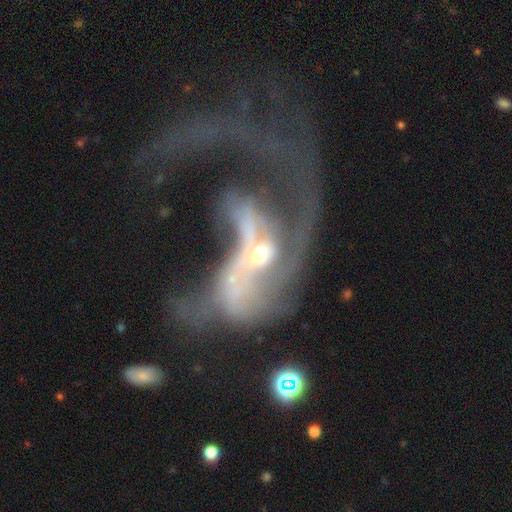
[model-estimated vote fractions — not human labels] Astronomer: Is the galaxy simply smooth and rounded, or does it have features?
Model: featured or disk — 77%.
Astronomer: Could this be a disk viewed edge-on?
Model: no — 95%.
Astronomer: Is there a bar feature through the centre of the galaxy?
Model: no — 59%.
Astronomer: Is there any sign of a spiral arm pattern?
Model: yes — 62% (runner-up: no, 38%).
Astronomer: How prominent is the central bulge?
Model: moderate — 45% (runner-up: small, 35%).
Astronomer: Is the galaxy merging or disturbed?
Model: merger — 44% (runner-up: major disturbance, 42%).